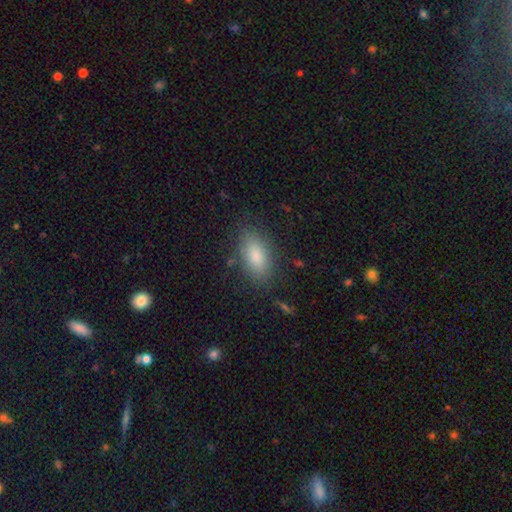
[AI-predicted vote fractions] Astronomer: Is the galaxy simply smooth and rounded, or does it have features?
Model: smooth — 83%.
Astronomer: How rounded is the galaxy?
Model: in between — 87%.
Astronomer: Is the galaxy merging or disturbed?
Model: none — 83%.